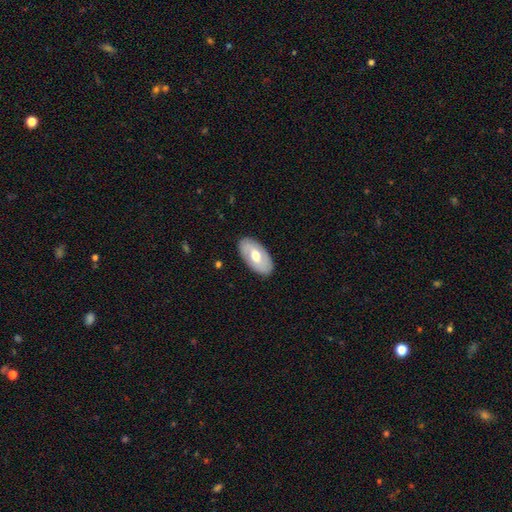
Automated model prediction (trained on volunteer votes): Smooth or featured? Predicted: smooth (p=0.54). How rounded? Predicted: in between (p=0.94). Merging? Predicted: none (p=0.87).